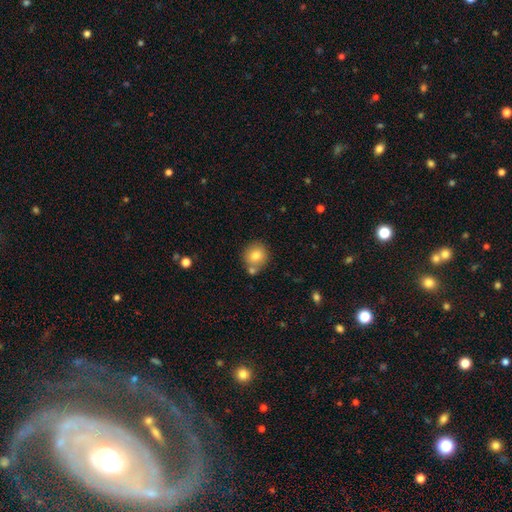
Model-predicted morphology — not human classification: The model was most divided on "merging": none: 66%, merger: 20%, minor disturbance: 10%, major disturbance: 3%. More confident: how rounded — round (85%); smooth or featured — smooth (78%).